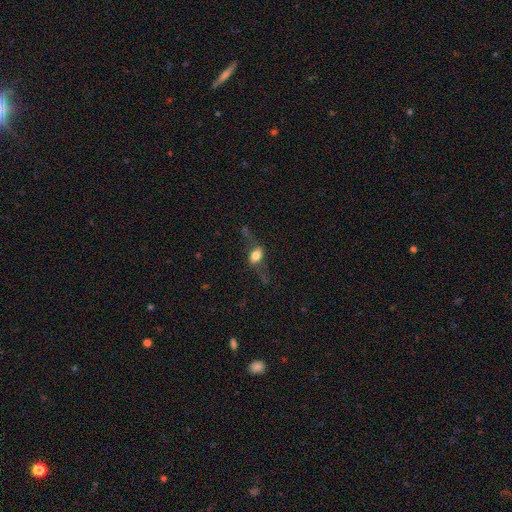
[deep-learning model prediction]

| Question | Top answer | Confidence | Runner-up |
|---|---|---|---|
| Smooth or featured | smooth | 52% | featured or disk (37%) |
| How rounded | in between | 74% | round (17%) |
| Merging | none | 52% | major disturbance (23%) |